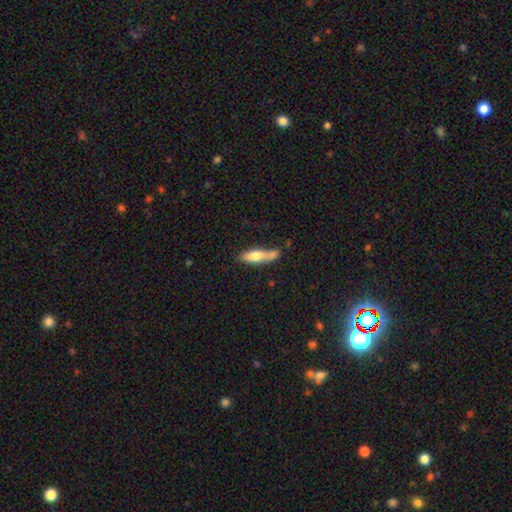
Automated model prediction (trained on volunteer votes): Overall: smooth (65%; featured or disk 29%). How rounded: cigar-shaped (64%; in between 34%). Merging: none (45%; merger 28%).